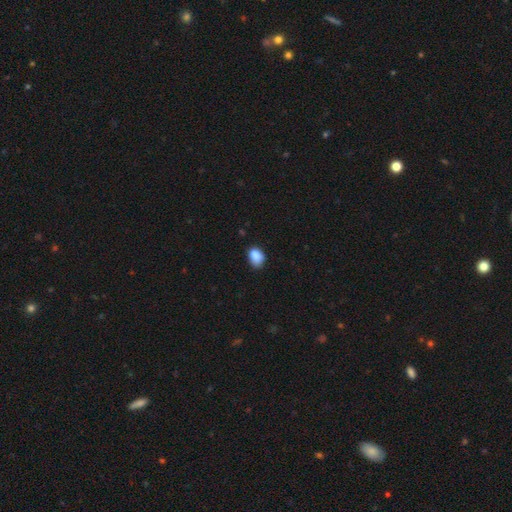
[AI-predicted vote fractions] Q: Smooth or featured?
A: smooth (87%); runner-up: star or artifact (9%)
Q: How rounded?
A: in between (75%); runner-up: round (24%)
Q: Merging?
A: none (67%); runner-up: minor disturbance (27%)